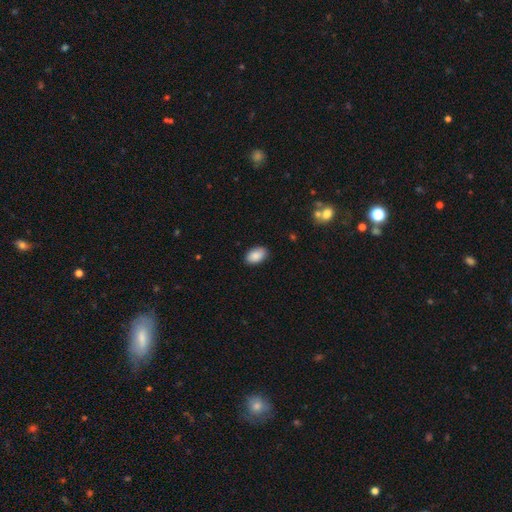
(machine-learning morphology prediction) Smooth or featured?
  - smooth: 89% *
  - star or artifact: 7%
  - featured or disk: 4%
How rounded?
  - in between: 92% *
  - round: 7%
  - cigar-shaped: 1%
Merging?
  - none: 87% *
  - minor disturbance: 10%
  - major disturbance: 2%
  - merger: 1%